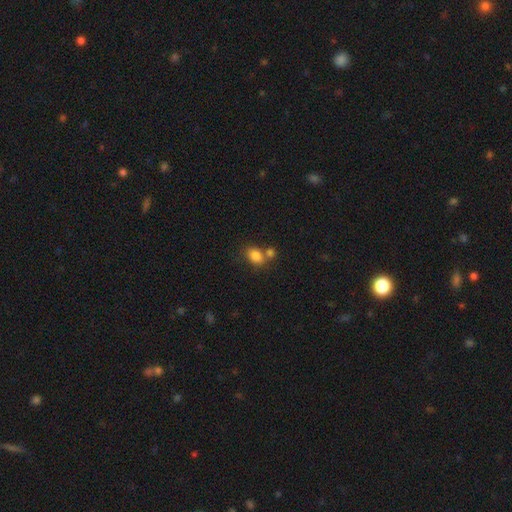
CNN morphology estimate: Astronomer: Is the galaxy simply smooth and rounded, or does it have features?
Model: smooth — 82%.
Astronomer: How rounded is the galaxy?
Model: in between — 63%.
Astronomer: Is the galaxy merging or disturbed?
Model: none — 50% (runner-up: merger, 34%).